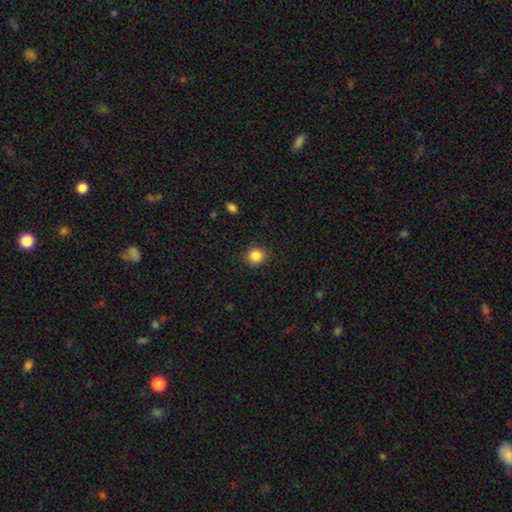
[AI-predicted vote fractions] smooth 85%, star or artifact 10%, featured or disk 4%. Down the decision tree: how rounded — round (85%); merging — none (89%).